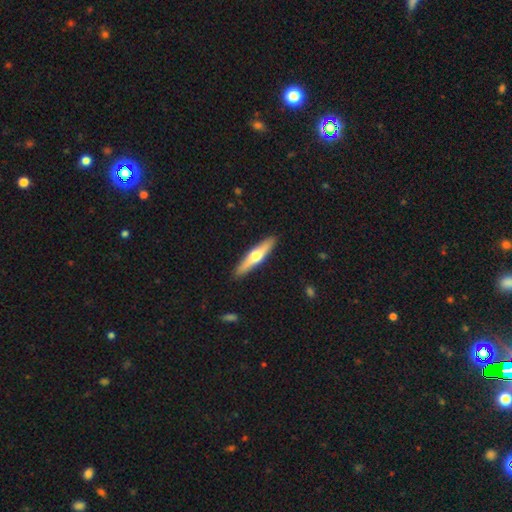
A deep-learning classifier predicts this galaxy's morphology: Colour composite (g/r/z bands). It shows a featured or disk galaxy (54%) viewed edge-on (94%) with a rounded central bulge (93%). Merging: none (91%).